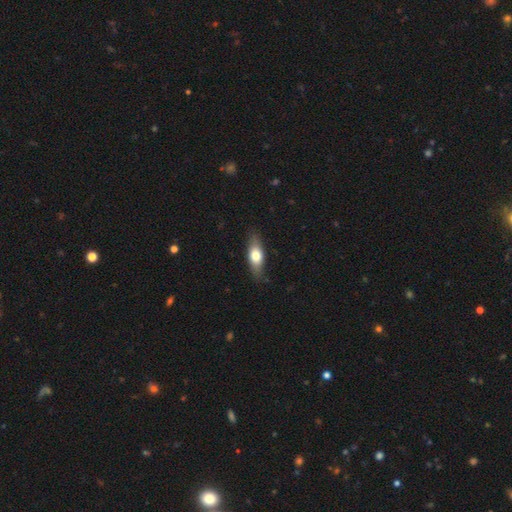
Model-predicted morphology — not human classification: smooth-or-featured: smooth: 65% | featured or disk: 29% | star or artifact: 6%
  how-rounded: in between: 69% | cigar-shaped: 27% | round: 4%
  merging: none: 81% | minor disturbance: 15% | major disturbance: 3% | merger: 1%